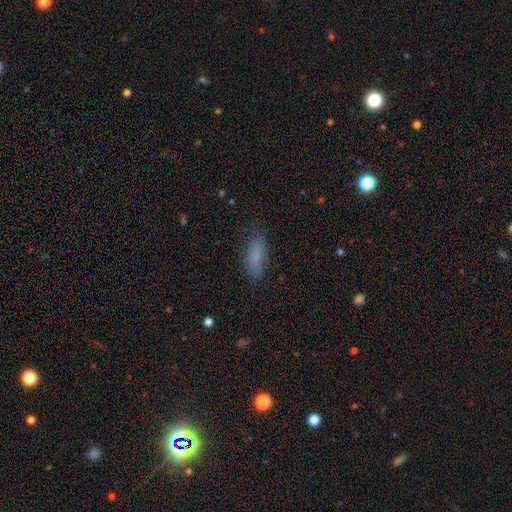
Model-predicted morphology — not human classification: This is likely a smooth galaxy (79%). How rounded: likely in between (63%). Merging: likely none (69%).